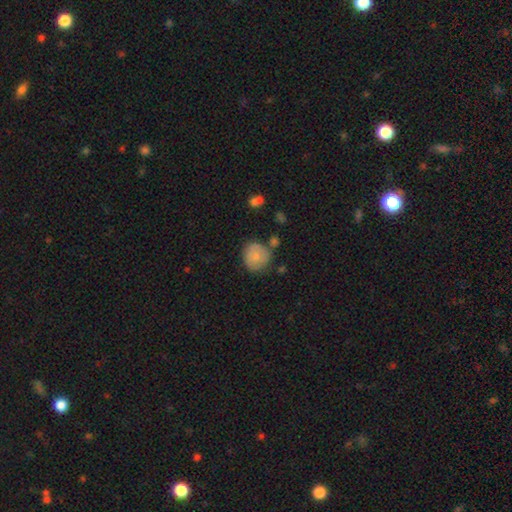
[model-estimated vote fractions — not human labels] Smooth or featured? smooth (82%)
How rounded? round (86%)
Merging? none (67%)